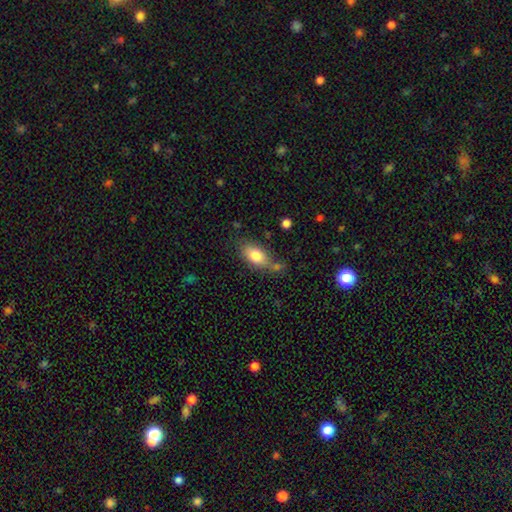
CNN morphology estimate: smooth 79%, featured or disk 14%, star or artifact 7%. Down the decision tree: how rounded — in between (89%); merging — none (57%).